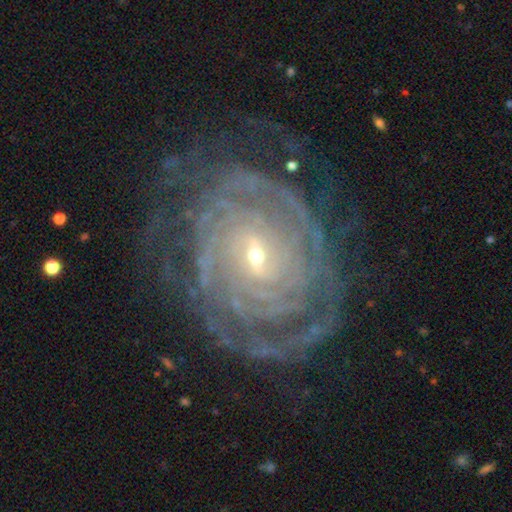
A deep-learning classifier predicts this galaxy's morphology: A featured or disk galaxy (87%) with no bar (42%), tight (83%) spiral arms (94%) and a small central bulge (73%). Merging: none (73%).